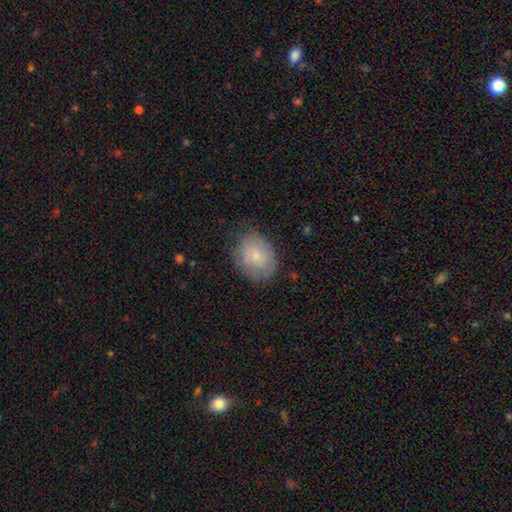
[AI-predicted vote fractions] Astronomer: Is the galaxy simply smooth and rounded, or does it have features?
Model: smooth — 71%.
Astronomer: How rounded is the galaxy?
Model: in between — 53% (runner-up: round, 46%).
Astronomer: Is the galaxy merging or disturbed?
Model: none — 70%.